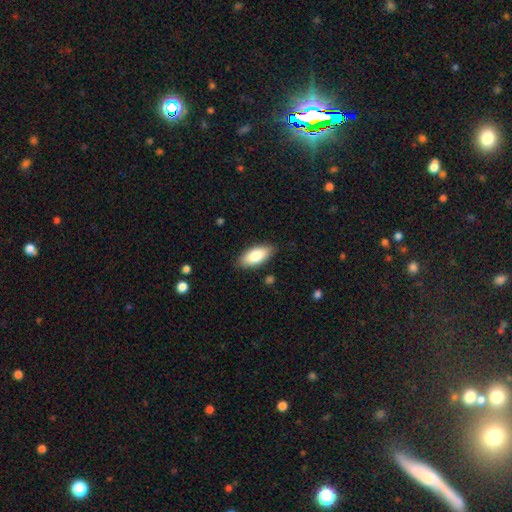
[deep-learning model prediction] Morphology: type=smooth (83%); roundness=in between (89%); merging=none (87%).